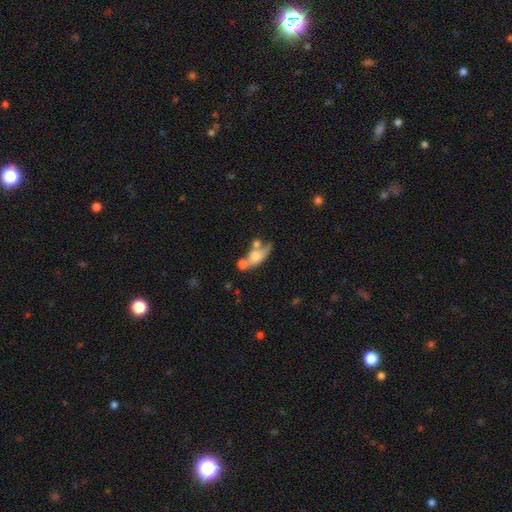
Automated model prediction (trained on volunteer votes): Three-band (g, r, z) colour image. It shows a smooth galaxy with no disk features (56%) that is in between round and cigar-shaped (67%). Merging: merger (39%).